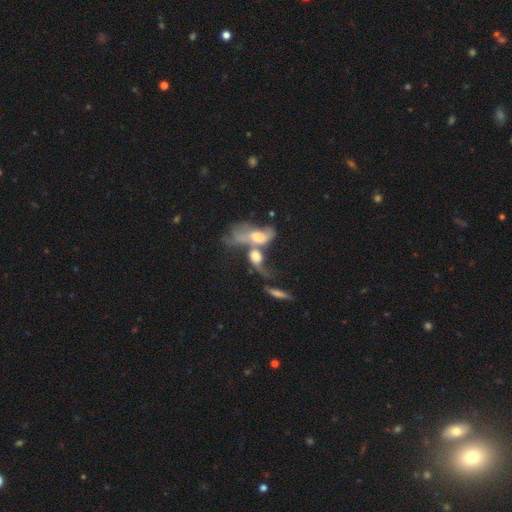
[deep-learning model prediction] This appears to be a featured or disk galaxy (52%). Merging: merger (74%).